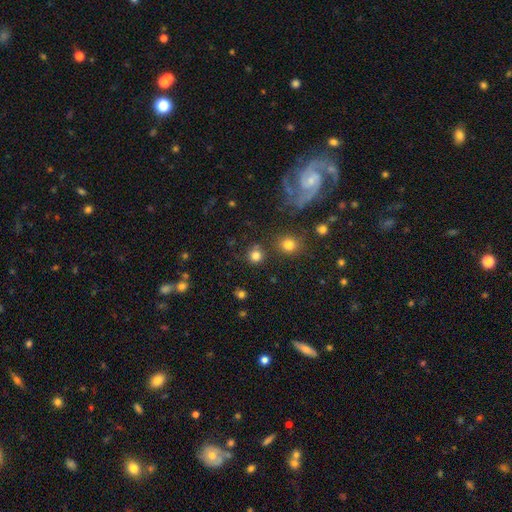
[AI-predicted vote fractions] smooth_or_featured: smooth (p=0.80) [alt: star or artifact p=0.14]
how_rounded: round (p=0.91) [alt: in between p=0.08]
merging: none (p=0.82) [alt: minor disturbance p=0.08]